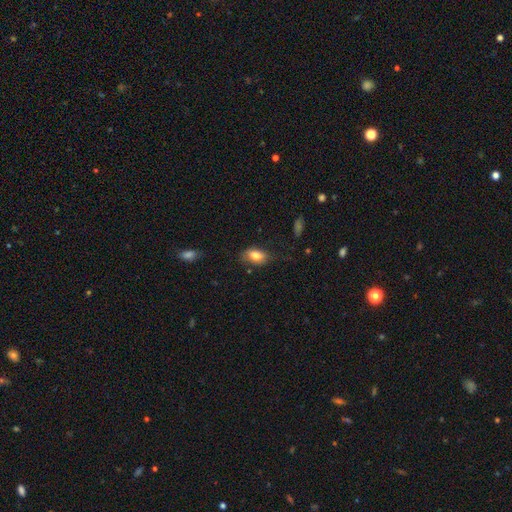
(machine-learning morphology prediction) This appears to be a smooth galaxy with no disk features (79%) that is in between round and cigar-shaped (89%). Merging: none (68%).